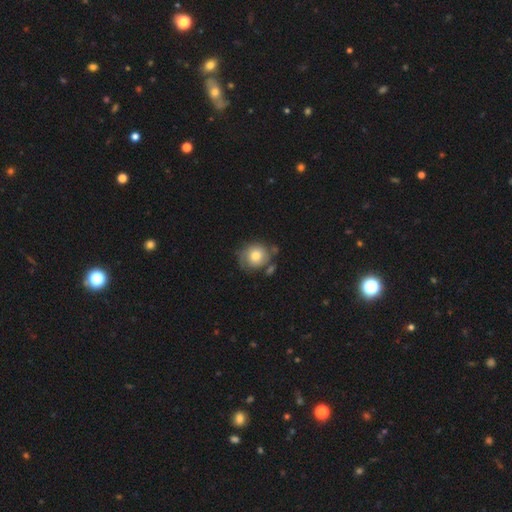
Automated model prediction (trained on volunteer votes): Smooth or featured: smooth — 74% (featured or disk — 18%)
How rounded: round — 84% (in between — 15%)
Merging: none — 60% (minor disturbance — 22%)